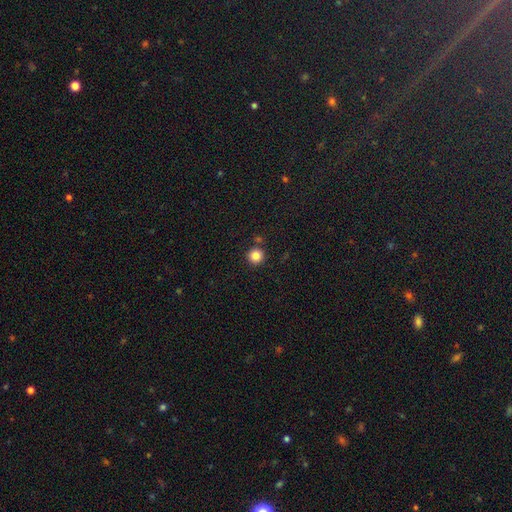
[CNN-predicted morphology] Smooth or featured? Predicted: smooth (p=0.85). How rounded? Predicted: round (p=0.95). Merging? Predicted: none (p=0.87).